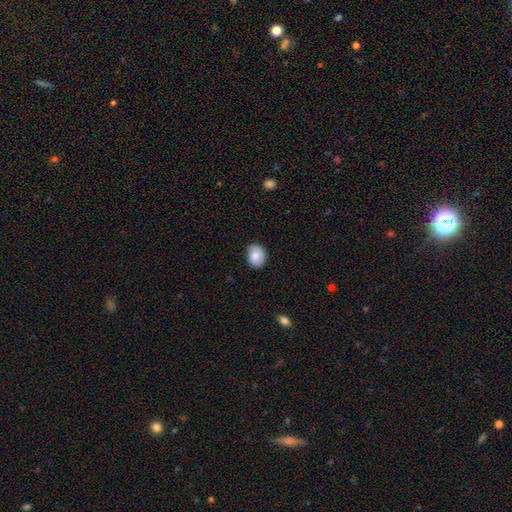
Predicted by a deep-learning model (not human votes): Smooth or featured?
  - smooth: 84% *
  - featured or disk: 9%
  - star or artifact: 7%
How rounded?
  - in between: 59% *
  - round: 40%
  - cigar-shaped: 1%
Merging?
  - none: 83% *
  - minor disturbance: 13%
  - major disturbance: 2%
  - merger: 1%